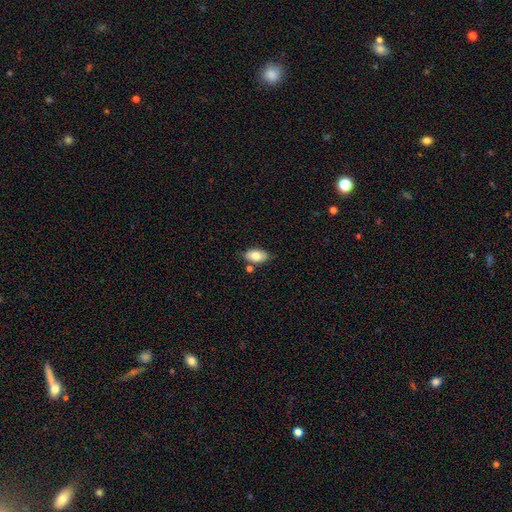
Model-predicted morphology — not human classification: Q: Smooth or featured?
A: smooth (78%); runner-up: featured or disk (15%)
Q: How rounded?
A: in between (92%); runner-up: round (5%)
Q: Merging?
A: none (77%); runner-up: minor disturbance (14%)